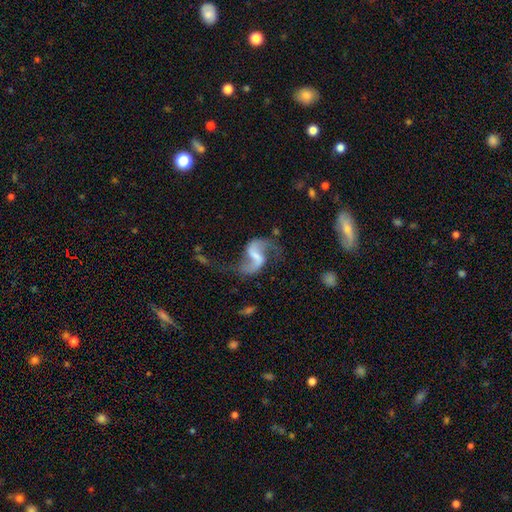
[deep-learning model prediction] Smooth or featured?
  - featured or disk: 88% *
  - smooth: 6%
  - star or artifact: 6%
Edge-on disk?
  - no: 98% *
  - yes: 2%
Bar?
  - weak: 45% *
  - strong: 38%
  - no: 17%
Spiral arms?
  - yes: 95% *
  - no: 5%
Spiral winding?
  - loose: 77% *
  - medium: 19%
  - tight: 3%
Spiral arm count?
  - 2: 92% *
  - 1: 3%
  - can't tell: 2%
  - 3: 1%
  - 4: 1%
  - more than 4: 1%
Bulge size?
  - none: 43% *
  - small: 28%
  - moderate: 22%
  - large: 6%
  - dominant: 2%
Merging?
  - none: 60% *
  - major disturbance: 18%
  - minor disturbance: 17%
  - merger: 5%